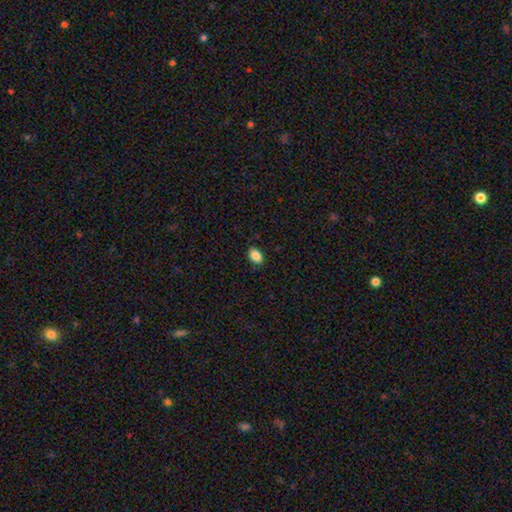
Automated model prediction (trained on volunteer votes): Morphology: type=smooth (87%); roundness=in between (87%); merging=none (87%).